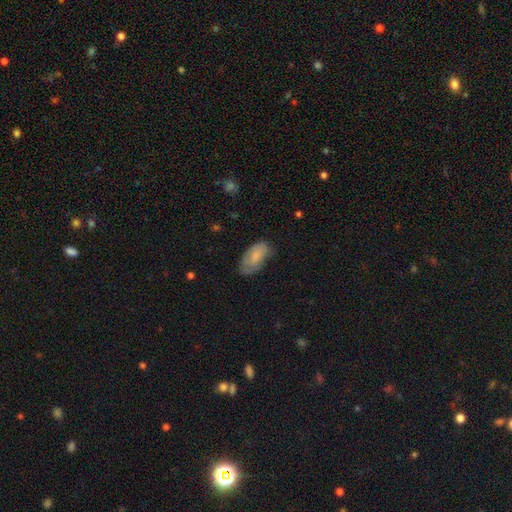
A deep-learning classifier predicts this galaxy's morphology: A smooth galaxy with no disk features (77%) that is in between round and cigar-shaped (92%). Merging: none (65%).